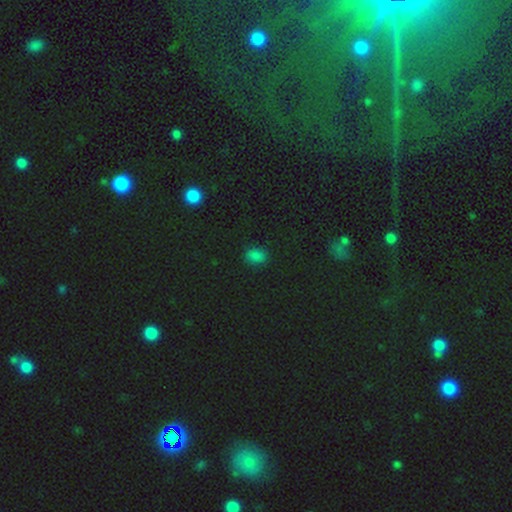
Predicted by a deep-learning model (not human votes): smooth 74%, star or artifact 22%, featured or disk 4%. Down the decision tree: how rounded — in between (74%); merging — none (85%).